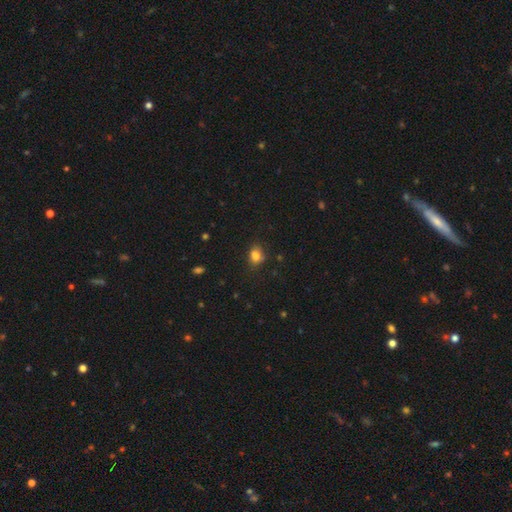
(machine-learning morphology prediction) Smooth or featured: smooth — 78% (star or artifact — 13%)
How rounded: in between — 50% (round — 49%)
Merging: none — 65% (minor disturbance — 22%)